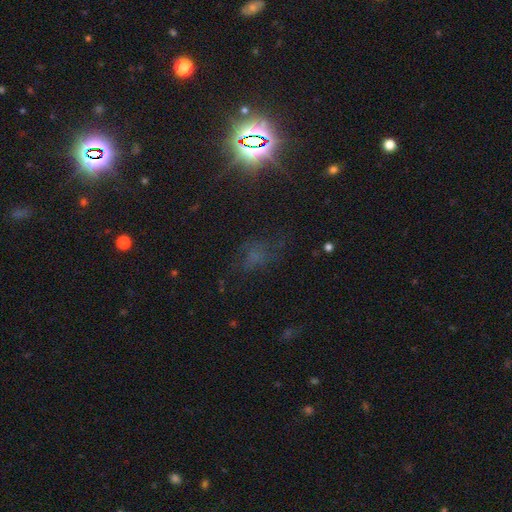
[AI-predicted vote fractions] Smooth or featured? star or artifact (49%)